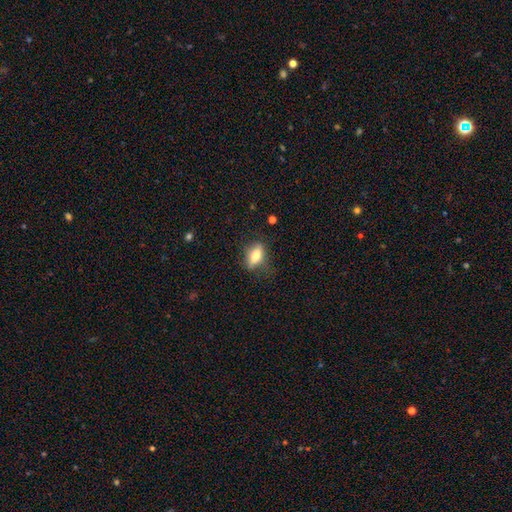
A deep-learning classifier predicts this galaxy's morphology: A smooth galaxy with no disk features (70%) that is in between round and cigar-shaped (77%).

Vote fractions:
- Smooth or featured? smooth: 70% / featured or disk: 22% / star or artifact: 8%
- How rounded? in between: 77% / cigar-shaped: 14% / round: 9%
- Merging? none: 72% / minor disturbance: 19% / major disturbance: 7% / merger: 1%